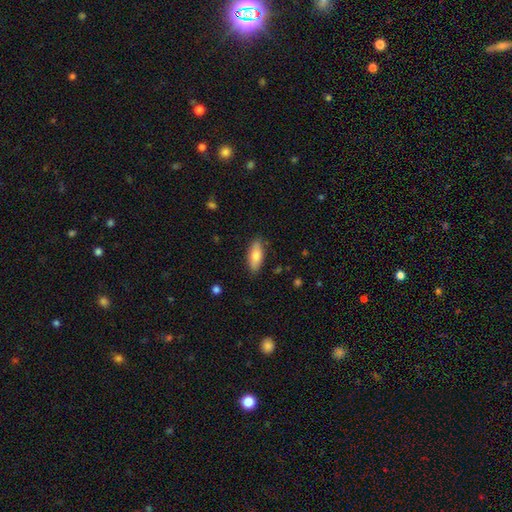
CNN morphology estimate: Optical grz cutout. It shows a smooth galaxy with no disk features (78%) that is in between round and cigar-shaped (77%). Merging: none (85%).